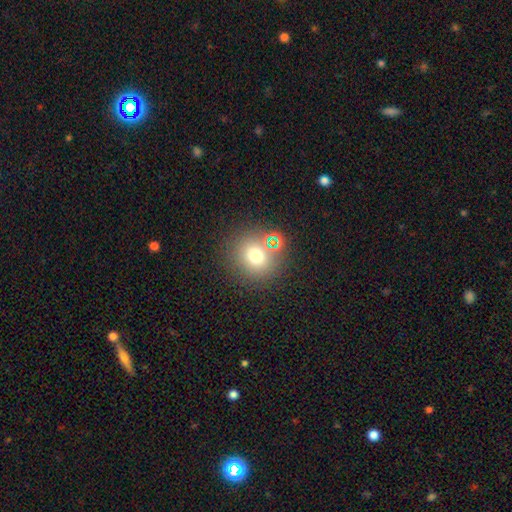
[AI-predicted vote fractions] This is likely a smooth galaxy (71%). How rounded: clearly round (86%). Merging: likely none (76%).